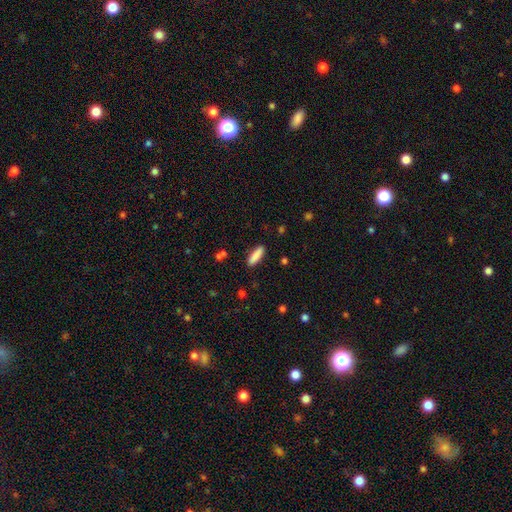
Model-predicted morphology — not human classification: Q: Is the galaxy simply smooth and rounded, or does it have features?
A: smooth — 87%.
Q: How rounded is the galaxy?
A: cigar-shaped — 58%.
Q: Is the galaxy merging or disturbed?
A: none — 88%.